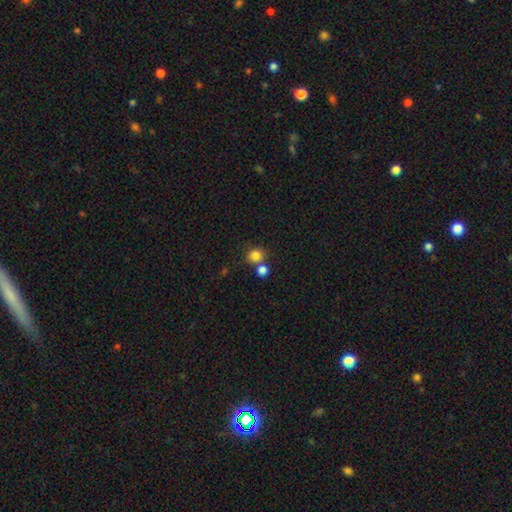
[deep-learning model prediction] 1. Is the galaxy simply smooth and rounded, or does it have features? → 83% smooth, 11% star or artifact, 6% featured or disk.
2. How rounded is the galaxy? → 86% round, 13% in between, 1% cigar-shaped.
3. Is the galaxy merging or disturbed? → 61% none, 28% merger, 8% minor disturbance, 3% major disturbance.